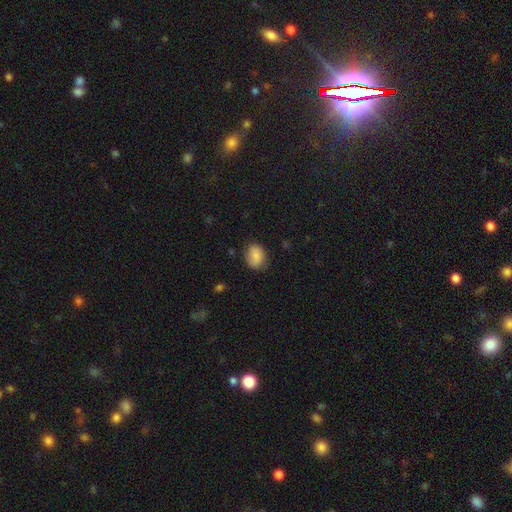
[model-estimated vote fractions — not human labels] Overall: smooth (82%). How rounded: in between (60%; round 39%). Merging: none (75%).